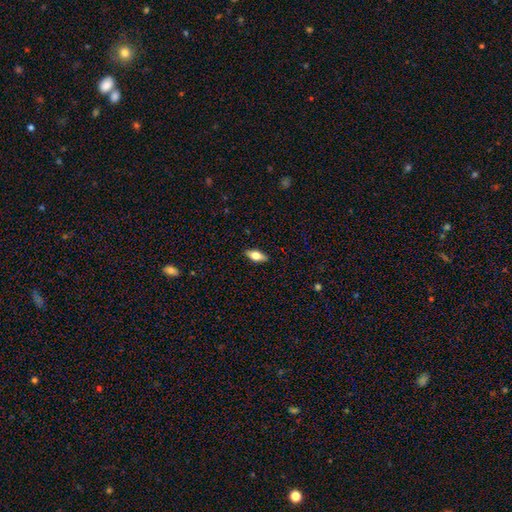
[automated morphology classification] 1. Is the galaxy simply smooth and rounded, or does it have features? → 63% smooth, 30% featured or disk, 7% star or artifact.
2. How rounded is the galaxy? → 77% in between, 20% cigar-shaped, 3% round.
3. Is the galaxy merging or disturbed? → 89% none, 8% minor disturbance, 2% major disturbance, 1% merger.